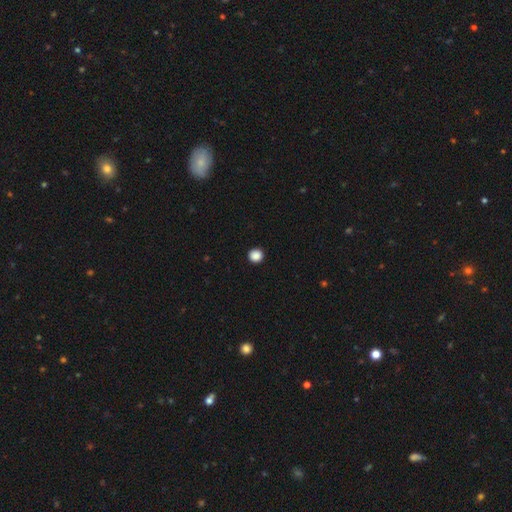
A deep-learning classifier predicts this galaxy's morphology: smooth-or-featured: smooth: 88% | star or artifact: 10% | featured or disk: 2%
  how-rounded: round: 90% | in between: 9% | cigar-shaped: 1%
  merging: none: 93% | minor disturbance: 4% | major disturbance: 1% | merger: 1%